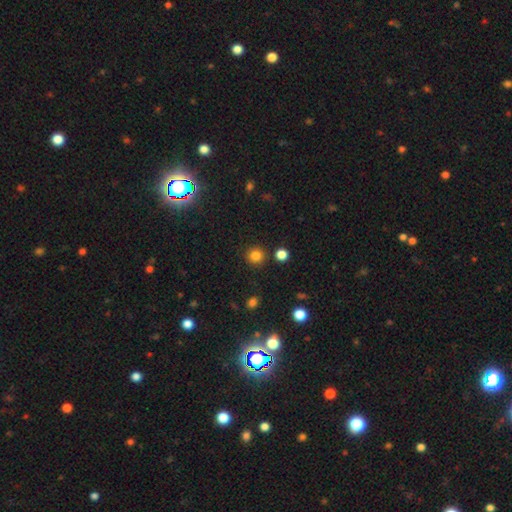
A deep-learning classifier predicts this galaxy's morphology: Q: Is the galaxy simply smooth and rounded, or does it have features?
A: smooth — 83%.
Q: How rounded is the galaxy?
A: round — 93%.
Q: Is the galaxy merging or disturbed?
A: none — 89%.